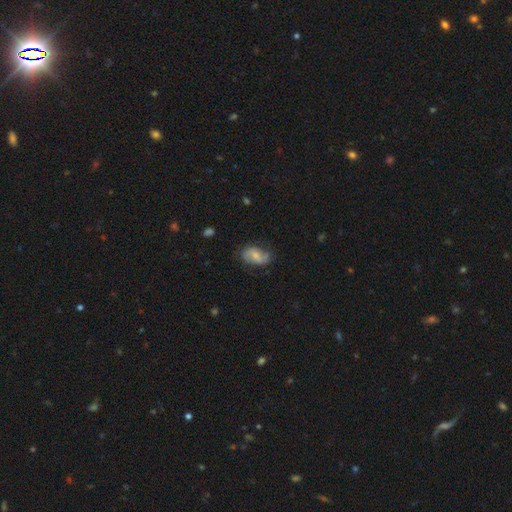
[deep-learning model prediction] Smooth or featured: featured or disk — 49% (smooth — 43%)
Merging: none — 64% (minor disturbance — 26%)